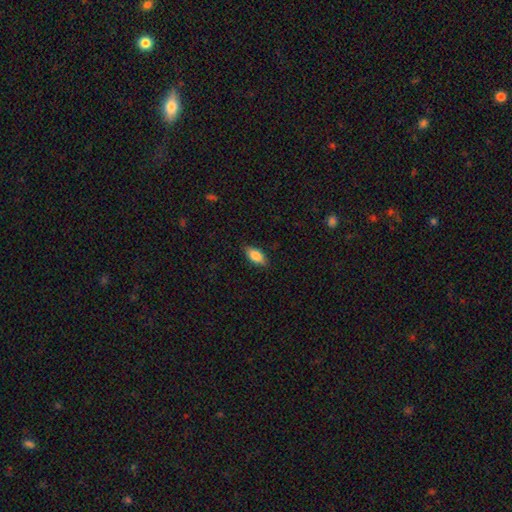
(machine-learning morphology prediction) smooth_or_featured: smooth (p=0.81) [alt: featured or disk p=0.13]
how_rounded: in between (p=0.86) [alt: cigar-shaped p=0.11]
merging: none (p=0.85) [alt: minor disturbance p=0.11]